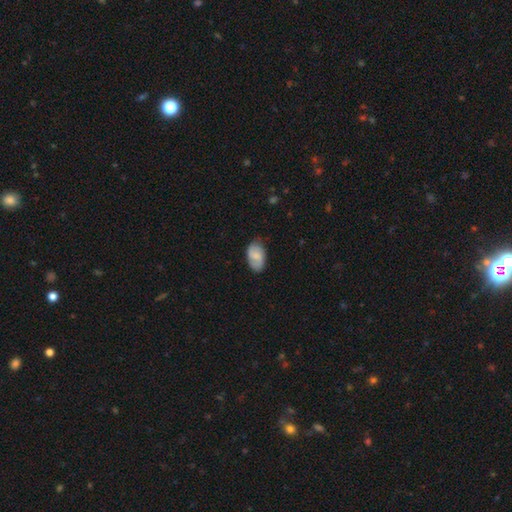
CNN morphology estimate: smooth-or-featured: smooth: 65% | featured or disk: 28% | star or artifact: 7%
  how-rounded: in between: 92% | round: 6% | cigar-shaped: 2%
  merging: none: 74% | minor disturbance: 20% | major disturbance: 4% | merger: 1%